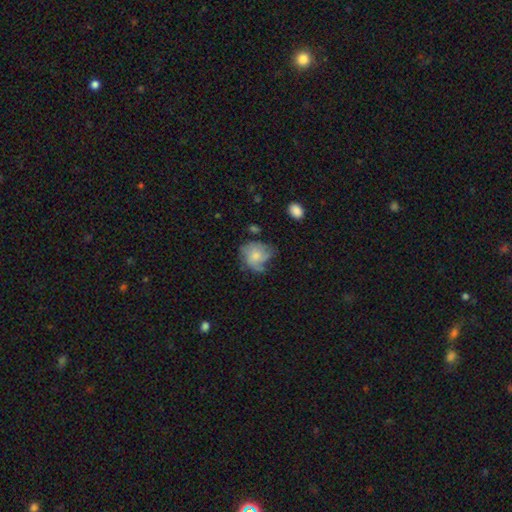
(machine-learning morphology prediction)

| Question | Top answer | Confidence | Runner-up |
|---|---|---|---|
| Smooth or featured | smooth | 47% | featured or disk (45%) |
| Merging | none | 43% | minor disturbance (31%) |